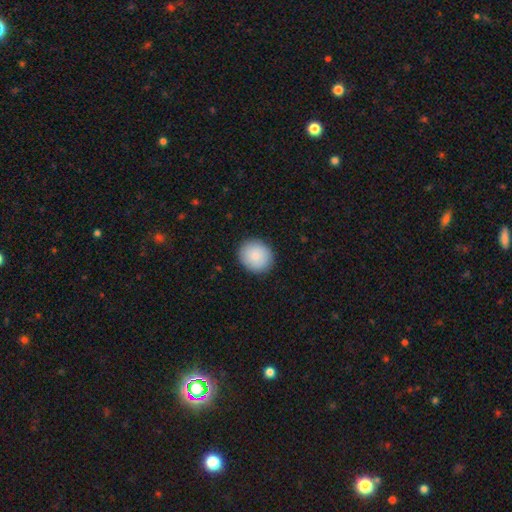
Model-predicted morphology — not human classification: Smooth or featured: smooth — 87% (star or artifact — 7%)
How rounded: round — 82% (in between — 18%)
Merging: none — 90% (minor disturbance — 7%)